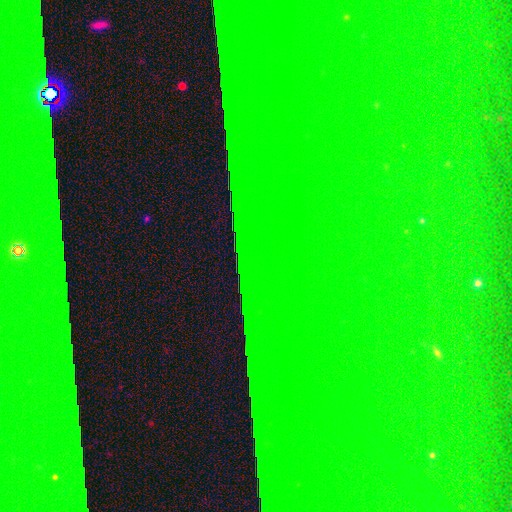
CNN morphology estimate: Smooth or featured? Predicted: star or artifact (p=0.86).